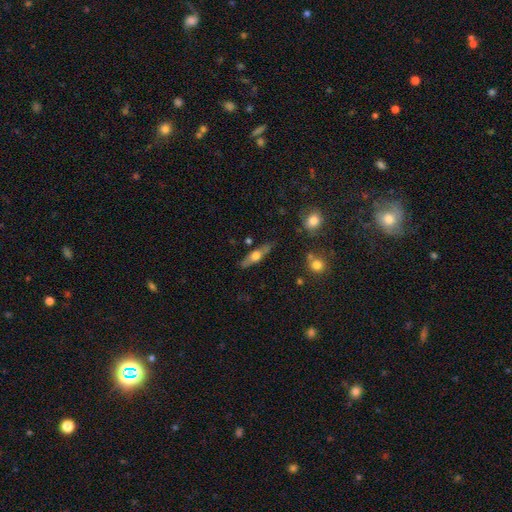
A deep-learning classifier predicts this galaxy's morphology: Smooth or featured?
  - featured or disk: 54% *
  - smooth: 40%
  - star or artifact: 6%
Edge-on disk?
  - yes: 88% *
  - no: 12%
Merging?
  - none: 81% *
  - minor disturbance: 14%
  - major disturbance: 3%
  - merger: 3%